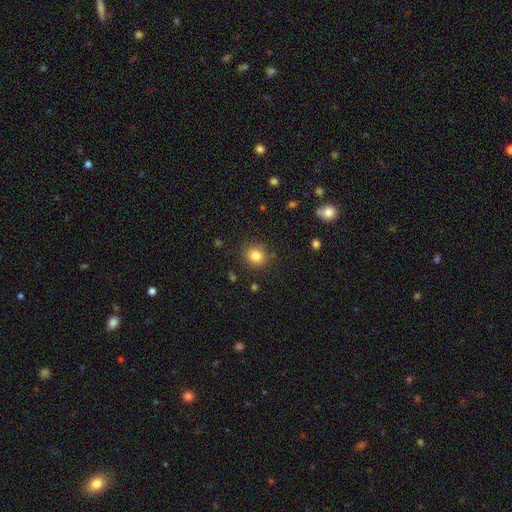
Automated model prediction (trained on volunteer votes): Morphology: type=smooth (82%); roundness=round (83%); merging=none (88%).